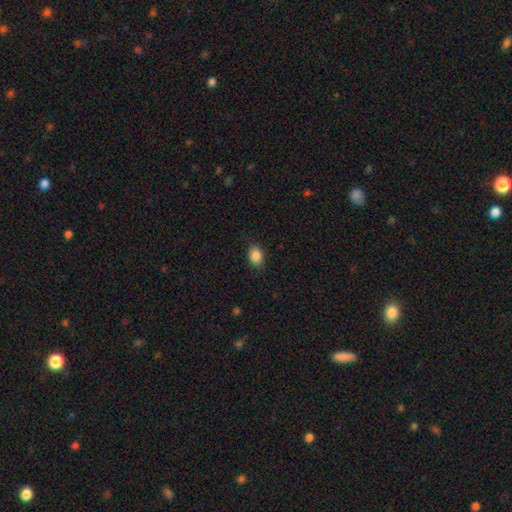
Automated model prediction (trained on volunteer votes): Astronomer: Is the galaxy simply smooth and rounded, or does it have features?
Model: smooth — 87%.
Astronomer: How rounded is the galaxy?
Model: in between — 72%.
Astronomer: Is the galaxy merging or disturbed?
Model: none — 85%.